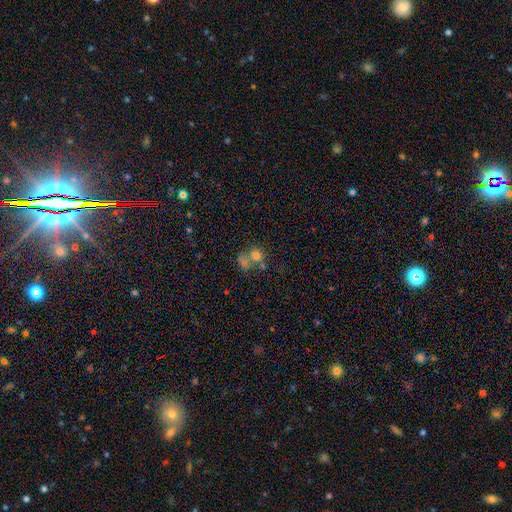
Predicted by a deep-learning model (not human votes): Overall: smooth (69%). How rounded: round (72%). Merging: merger (47%; none 36%).